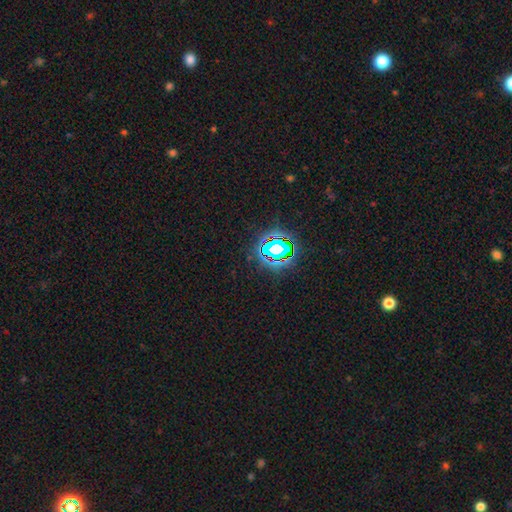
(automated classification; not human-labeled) Smooth or featured? star or artifact (82%)